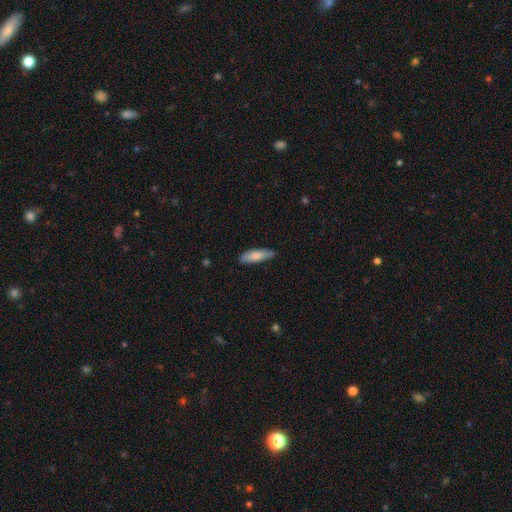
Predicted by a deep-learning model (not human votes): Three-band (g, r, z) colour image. It shows a smooth galaxy with no disk features (80%) that is cigar-shaped (55%). Merging: none (79%).